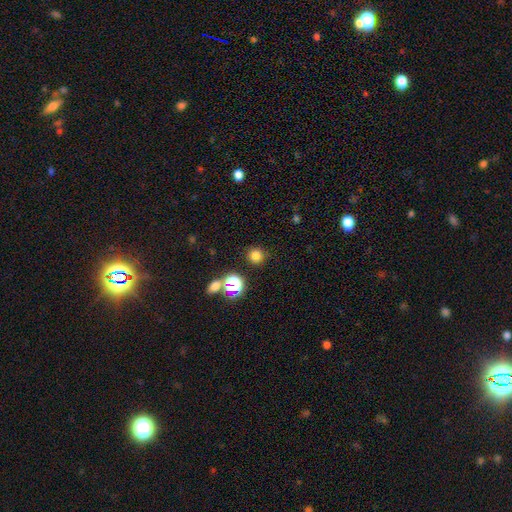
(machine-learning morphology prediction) This is likely a smooth galaxy (75%). How rounded: clearly round (91%). Merging: clearly none (84%).